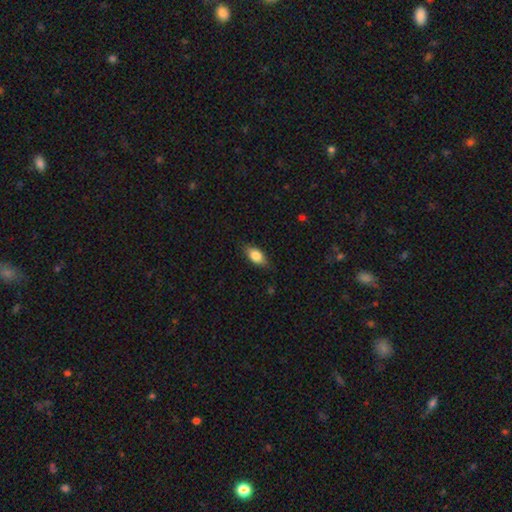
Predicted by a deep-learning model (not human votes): Smooth or featured?
  - smooth: 81% *
  - featured or disk: 12%
  - star or artifact: 7%
How rounded?
  - in between: 87% *
  - cigar-shaped: 7%
  - round: 6%
Merging?
  - none: 80% *
  - minor disturbance: 16%
  - major disturbance: 3%
  - merger: 1%